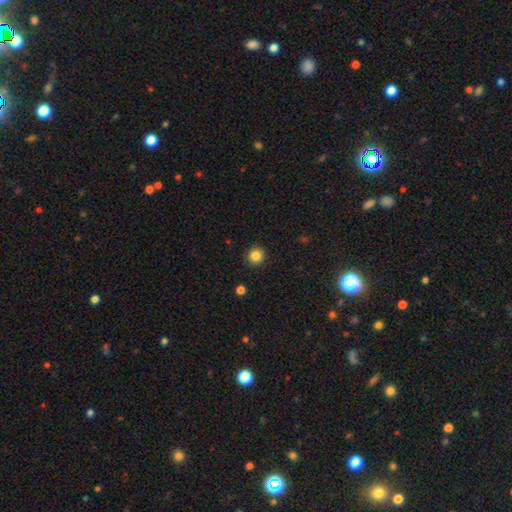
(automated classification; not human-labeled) Smooth or featured? Predicted: smooth (p=0.85). How rounded? Predicted: round (p=0.94). Merging? Predicted: none (p=0.91).